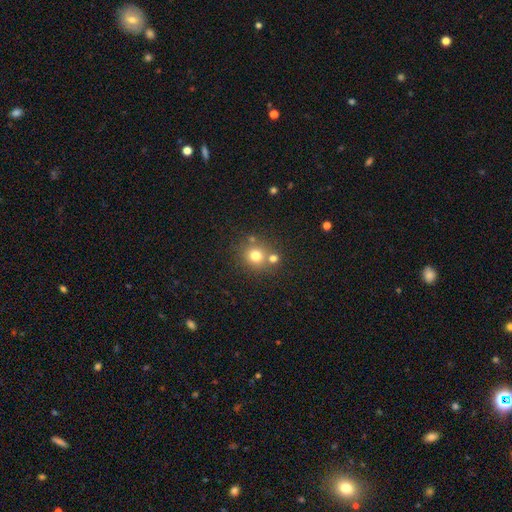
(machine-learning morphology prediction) Smooth or featured?
  - smooth: 75% *
  - star or artifact: 15%
  - featured or disk: 10%
How rounded?
  - round: 88% *
  - in between: 11%
  - cigar-shaped: 1%
Merging?
  - none: 66% *
  - merger: 22%
  - minor disturbance: 8%
  - major disturbance: 3%